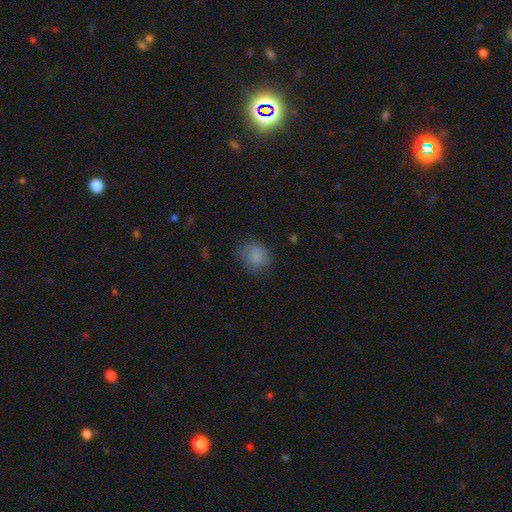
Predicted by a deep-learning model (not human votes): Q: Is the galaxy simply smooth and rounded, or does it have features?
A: smooth — 83%.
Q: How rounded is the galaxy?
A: round — 65%.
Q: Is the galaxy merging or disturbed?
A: none — 72%.